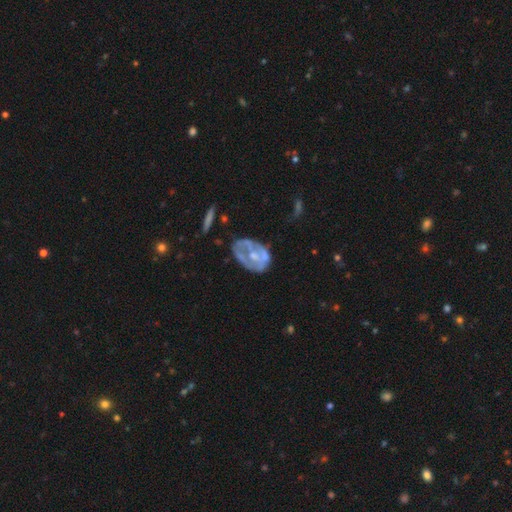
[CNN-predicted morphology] Smooth or featured? Predicted: featured or disk (p=0.63). Edge-on disk? Predicted: no (p=0.95). Bar? Predicted: no (p=0.70). Spiral arms? Predicted: no (p=0.72). Bulge size? Predicted: moderate (p=0.52). Merging? Predicted: none (p=0.42).